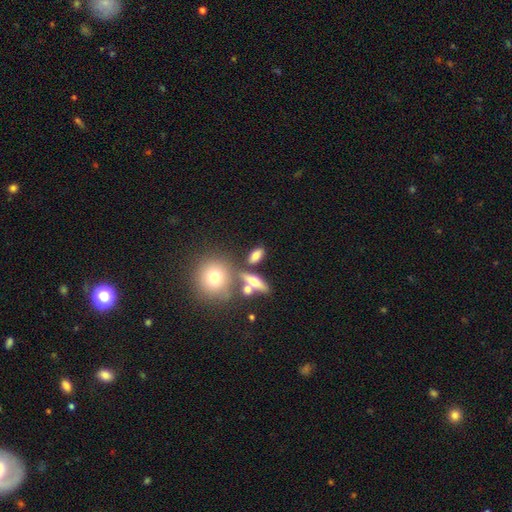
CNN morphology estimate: A smooth galaxy with no disk features (68%) that is in between round and cigar-shaped (61%).

Vote fractions:
- Smooth or featured? smooth: 68% / featured or disk: 21% / star or artifact: 11%
- How rounded? in between: 61% / cigar-shaped: 22% / round: 17%
- Merging? none: 68% / merger: 16% / minor disturbance: 11% / major disturbance: 5%